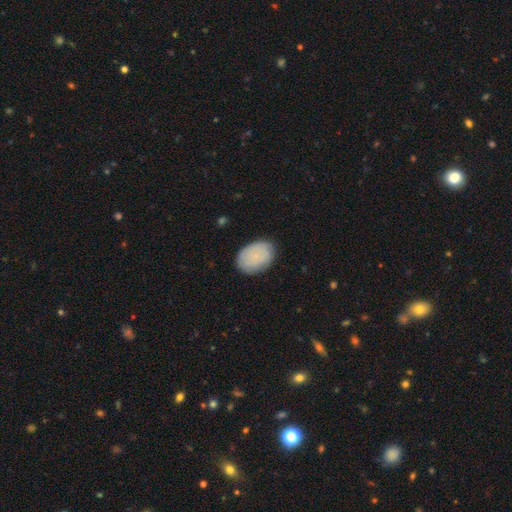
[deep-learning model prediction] This appears to be a smooth galaxy with no disk features (81%) that is in between round and cigar-shaped (84%). Merging: none (84%).